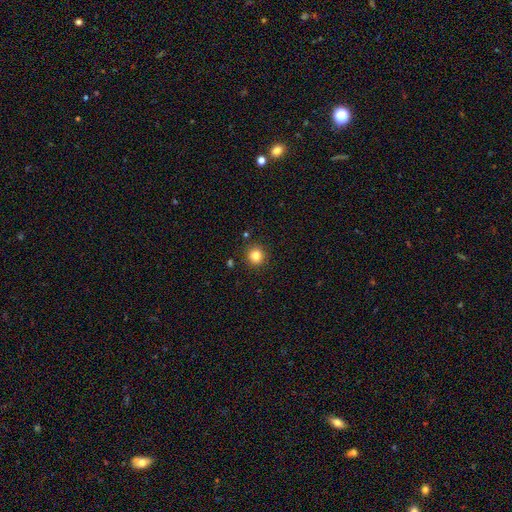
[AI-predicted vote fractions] This appears to be a smooth galaxy with no disk features (82%) that is round (92%). Merging: none (90%).